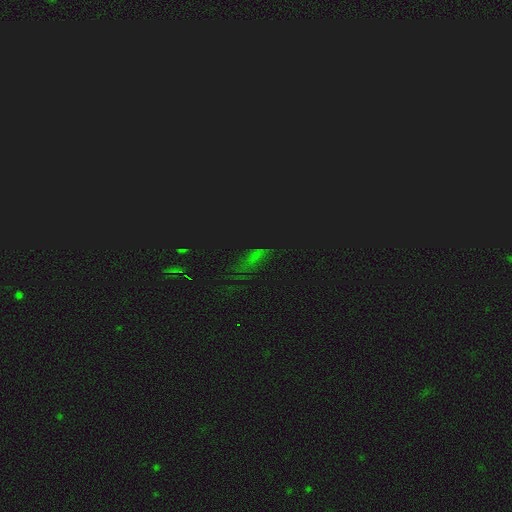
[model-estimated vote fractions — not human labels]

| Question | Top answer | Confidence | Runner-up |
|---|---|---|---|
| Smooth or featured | star or artifact | 58% | smooth (29%) |